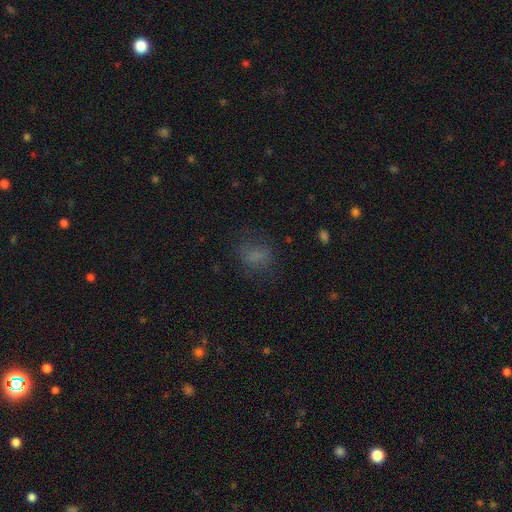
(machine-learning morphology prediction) This is likely a smooth galaxy (69%). How rounded: possibly in between (54%). Merging: likely none (67%).